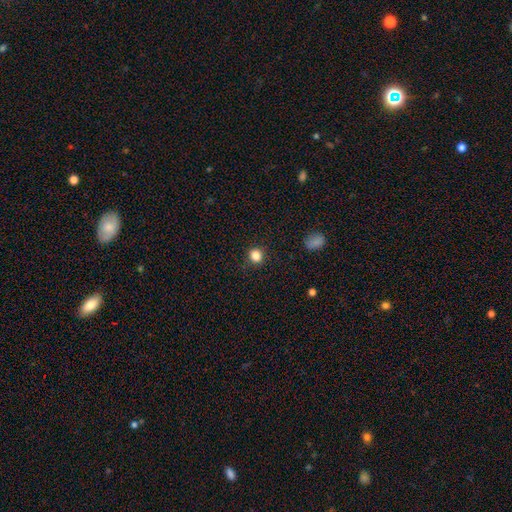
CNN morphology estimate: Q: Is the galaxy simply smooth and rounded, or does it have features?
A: smooth — 84%.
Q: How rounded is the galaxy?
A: round — 82%.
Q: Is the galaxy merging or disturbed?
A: none — 88%.